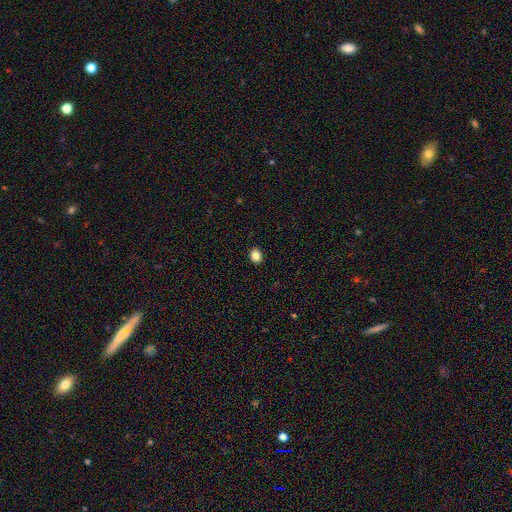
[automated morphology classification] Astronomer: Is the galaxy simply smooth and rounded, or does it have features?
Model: smooth — 84%.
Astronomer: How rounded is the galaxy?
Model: round — 59% (runner-up: in between, 40%).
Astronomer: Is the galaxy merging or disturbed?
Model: none — 91%.